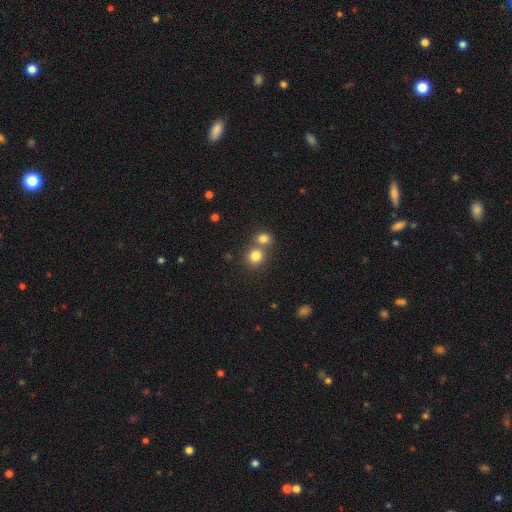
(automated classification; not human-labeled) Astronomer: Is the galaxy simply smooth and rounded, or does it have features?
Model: smooth — 80%.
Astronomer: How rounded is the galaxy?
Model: round — 85%.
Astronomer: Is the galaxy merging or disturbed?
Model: none — 52% (runner-up: merger, 39%).